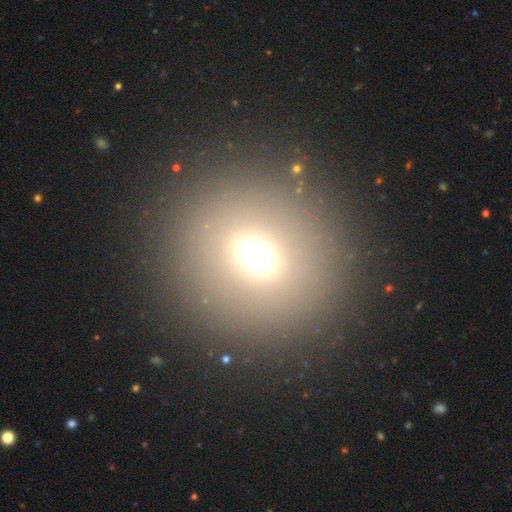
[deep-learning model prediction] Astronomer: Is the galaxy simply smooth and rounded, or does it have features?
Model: smooth — 61%.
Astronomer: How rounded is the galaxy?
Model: round — 80%.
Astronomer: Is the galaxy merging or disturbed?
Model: none — 86%.